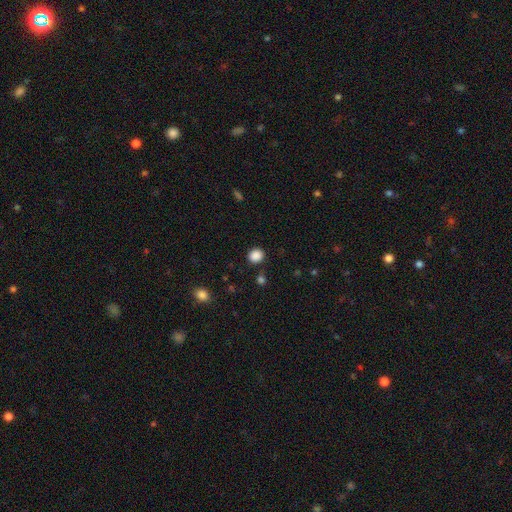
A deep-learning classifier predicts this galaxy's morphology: Smooth or featured: smooth — 87% (star or artifact — 10%)
How rounded: round — 75% (in between — 24%)
Merging: none — 87% (minor disturbance — 8%)